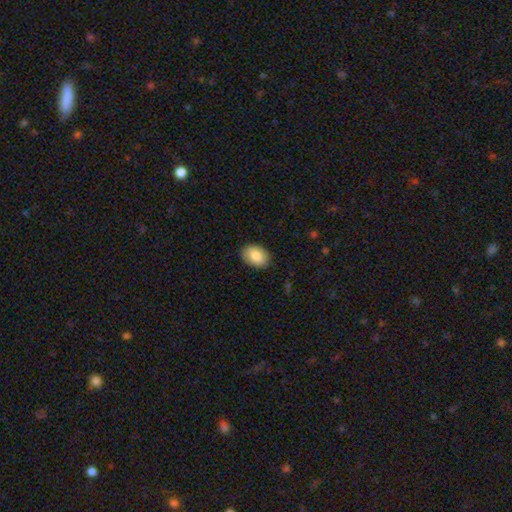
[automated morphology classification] Smooth or featured: smooth — 86% (featured or disk — 8%)
How rounded: in between — 80% (round — 19%)
Merging: none — 88% (minor disturbance — 9%)